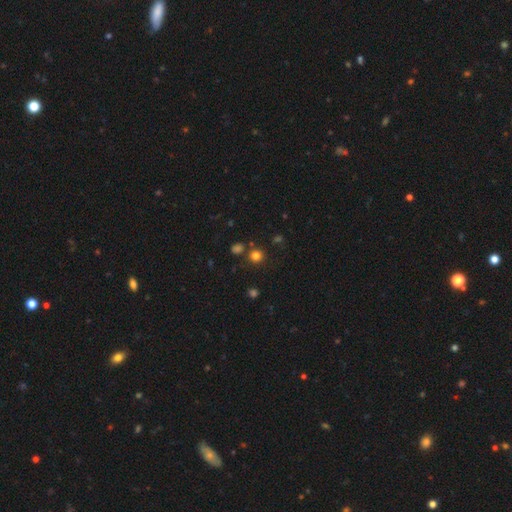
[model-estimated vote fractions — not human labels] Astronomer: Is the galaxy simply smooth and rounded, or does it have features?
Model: smooth — 78%.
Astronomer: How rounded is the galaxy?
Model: round — 90%.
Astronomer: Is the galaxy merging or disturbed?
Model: none — 81%.